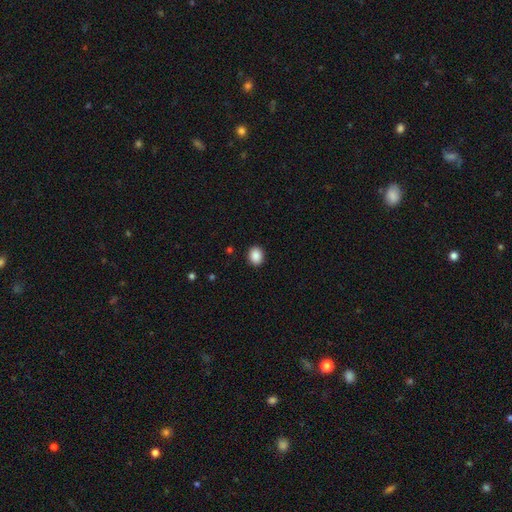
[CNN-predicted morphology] Smooth or featured: smooth — 89% (star or artifact — 8%)
How rounded: round — 57% (in between — 43%)
Merging: none — 91% (minor disturbance — 6%)